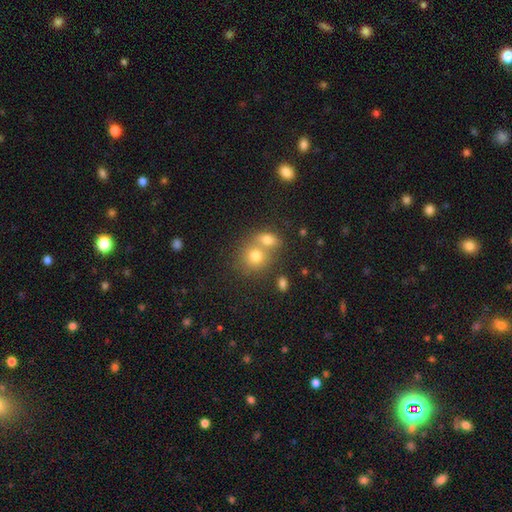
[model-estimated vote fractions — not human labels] Morphology: type=smooth (75%); roundness=round (72%); merging=merger (53%).